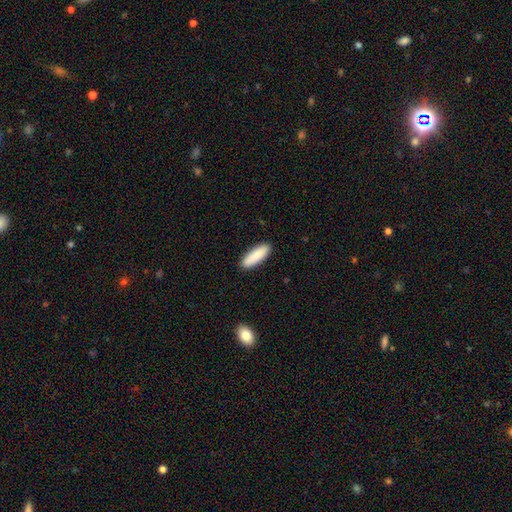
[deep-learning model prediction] Morphology: type=smooth (89%); roundness=in between (52%); merging=none (90%).